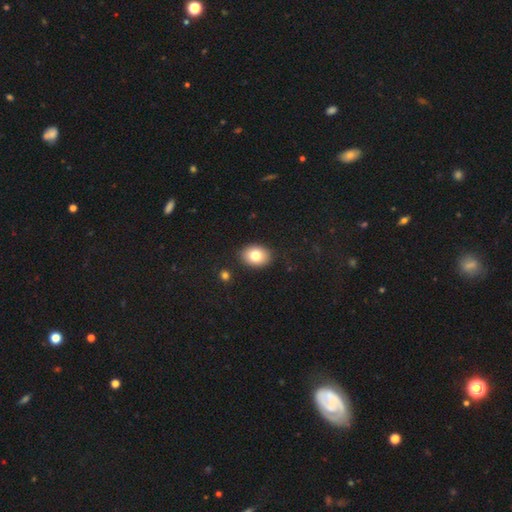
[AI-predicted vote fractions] The model was most divided on "how rounded": in between: 66%, round: 33%, cigar-shaped: 1%. More confident: merging — none (88%); smooth or featured — smooth (79%).